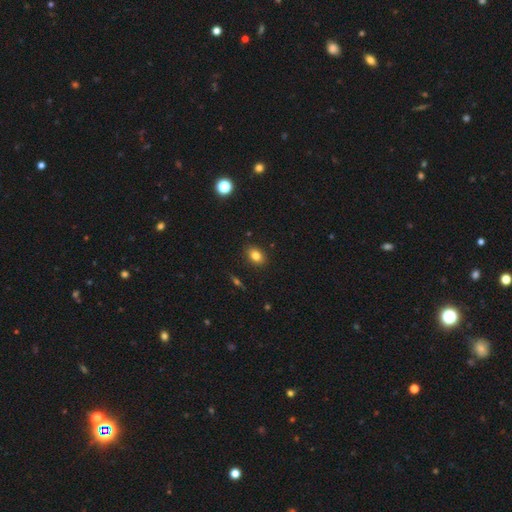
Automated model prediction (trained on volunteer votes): This is clearly a smooth galaxy (81%). How rounded: likely in between (77%). Merging: clearly none (87%).